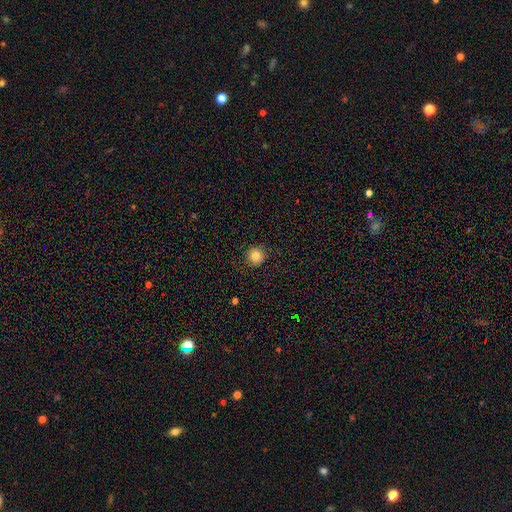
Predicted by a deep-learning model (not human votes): Smooth or featured?
  - smooth: 83% *
  - star or artifact: 11%
  - featured or disk: 6%
How rounded?
  - round: 93% *
  - in between: 6%
  - cigar-shaped: 1%
Merging?
  - none: 88% *
  - minor disturbance: 9%
  - major disturbance: 3%
  - merger: 1%